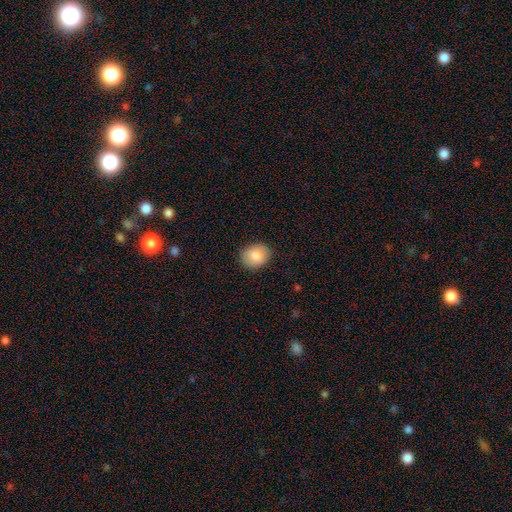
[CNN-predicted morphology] This is clearly a smooth galaxy (85%). How rounded: possibly round (52%). Merging: clearly none (87%).